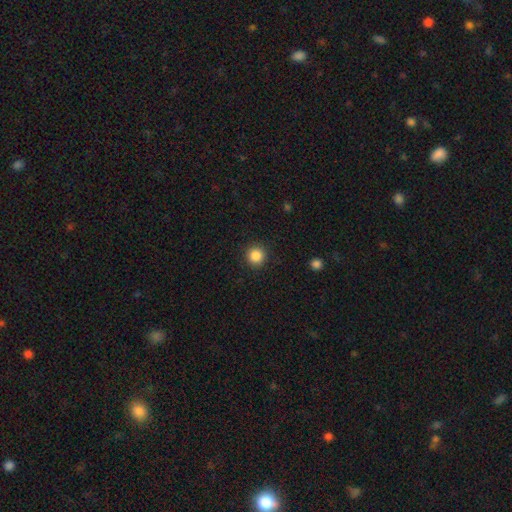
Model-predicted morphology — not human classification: smooth-or-featured: smooth: 86% | star or artifact: 10% | featured or disk: 3%
  how-rounded: round: 94% | in between: 5% | cigar-shaped: 1%
  merging: none: 91% | minor disturbance: 5% | major disturbance: 2% | merger: 1%